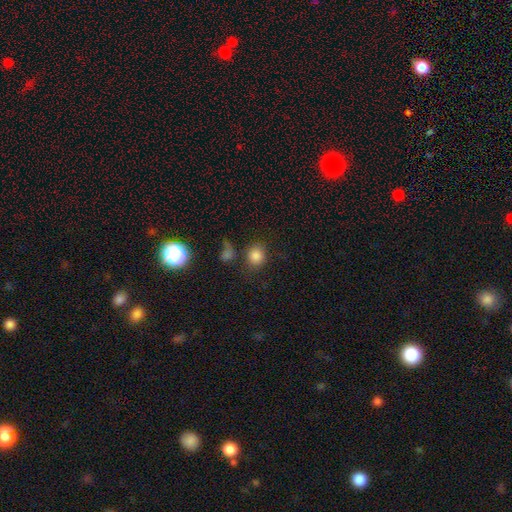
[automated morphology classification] type=smooth (82%); roundness=round (82%); merging=none (73%).